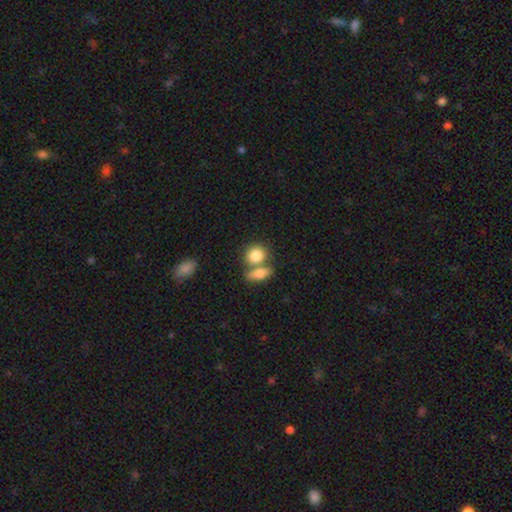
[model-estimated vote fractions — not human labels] Smooth or featured? smooth (82%)
How rounded? round (58%)
Merging? merger (45%)